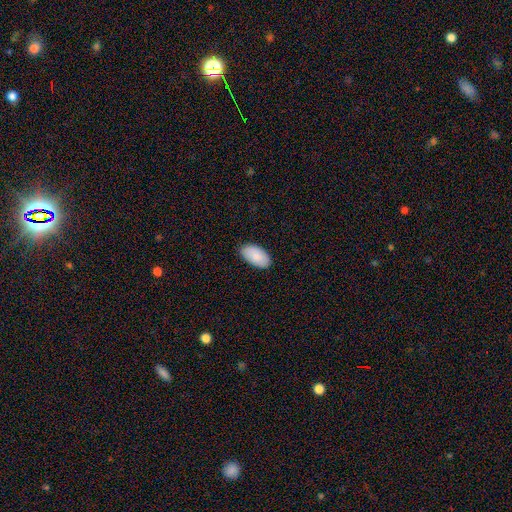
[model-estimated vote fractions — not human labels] A smooth galaxy with no disk features (88%) that is in between round and cigar-shaped (96%). Merging: none (86%).